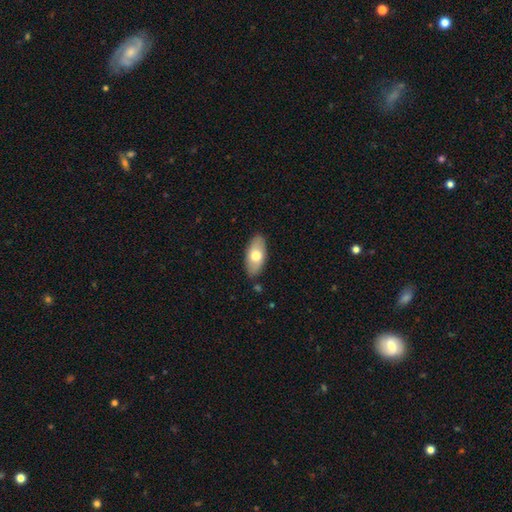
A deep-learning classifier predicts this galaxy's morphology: Smooth or featured? Predicted: smooth (p=0.68). How rounded? Predicted: in between (p=0.90). Merging? Predicted: none (p=0.86).